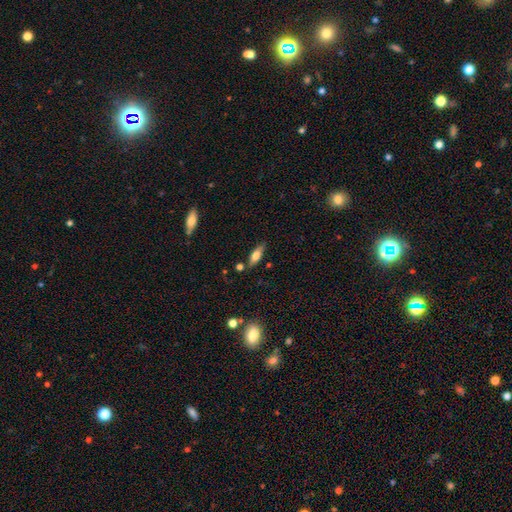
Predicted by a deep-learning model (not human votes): A smooth galaxy with no disk features (63%) that is in between round and cigar-shaped (63%). Merging: none (78%).